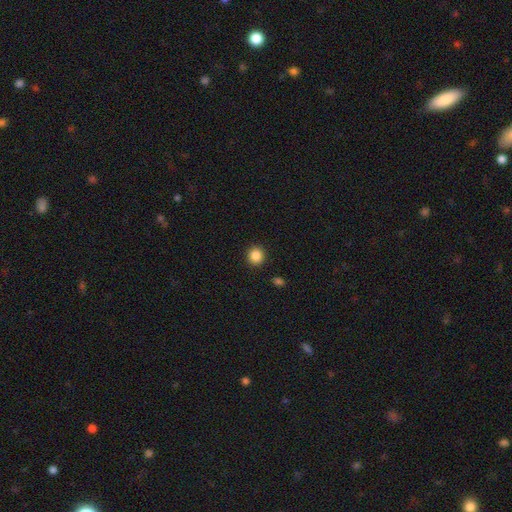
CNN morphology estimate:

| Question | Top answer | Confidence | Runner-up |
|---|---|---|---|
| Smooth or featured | smooth | 87% | star or artifact (10%) |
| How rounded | round | 91% | in between (8%) |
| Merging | none | 92% | minor disturbance (5%) |